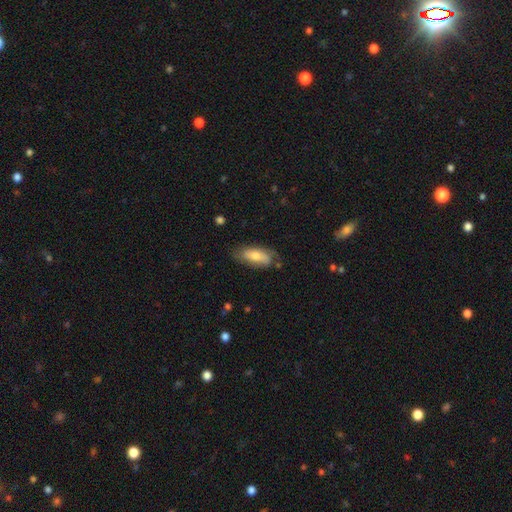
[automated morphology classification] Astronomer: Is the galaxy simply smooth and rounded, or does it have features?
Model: smooth — 63%.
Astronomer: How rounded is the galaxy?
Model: in between — 80%.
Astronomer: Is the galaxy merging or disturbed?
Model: none — 64%.